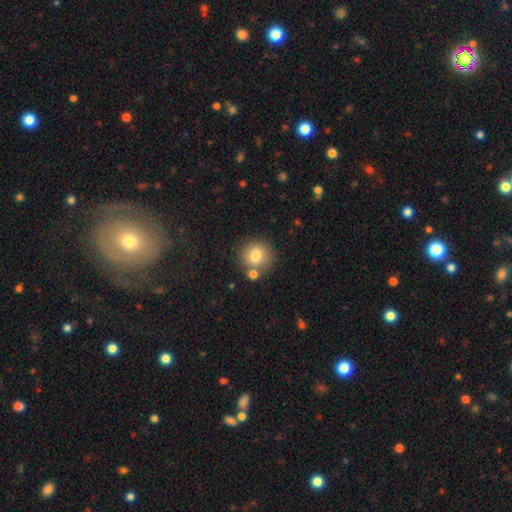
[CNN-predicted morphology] type=smooth (79%); roundness=round (92%); merging=none (75%).